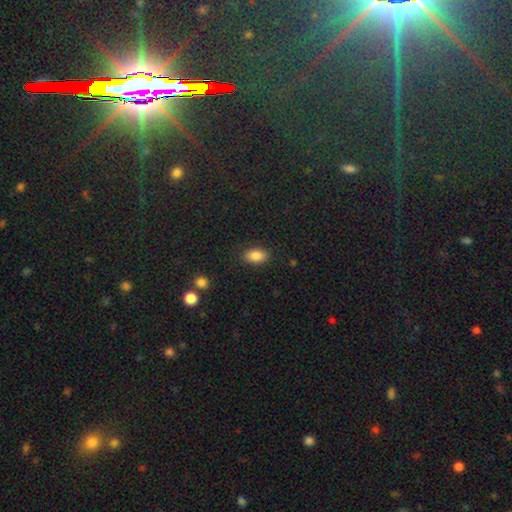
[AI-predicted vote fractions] Smooth or featured?
  - smooth: 86% *
  - star or artifact: 9%
  - featured or disk: 5%
How rounded?
  - in between: 90% *
  - round: 8%
  - cigar-shaped: 2%
Merging?
  - none: 86% *
  - minor disturbance: 10%
  - major disturbance: 3%
  - merger: 1%